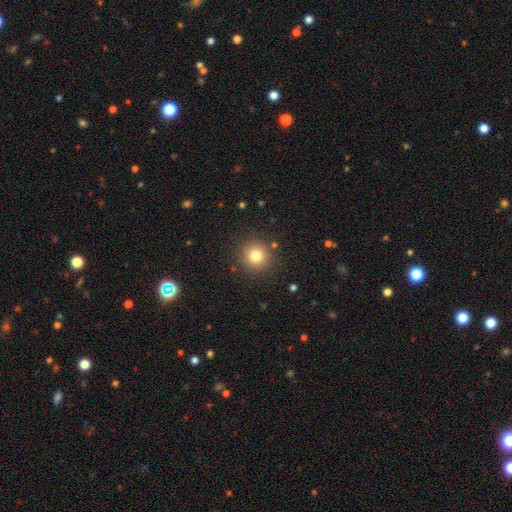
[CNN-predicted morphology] This is likely a smooth galaxy (79%). How rounded: clearly round (94%). Merging: clearly none (89%).